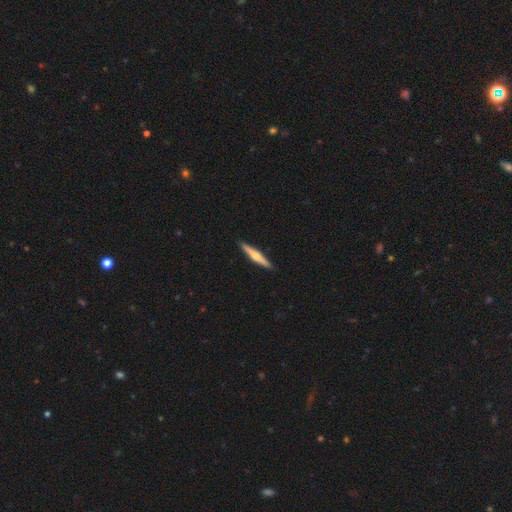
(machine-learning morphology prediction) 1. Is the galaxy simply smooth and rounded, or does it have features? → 55% featured or disk, 40% smooth, 5% star or artifact.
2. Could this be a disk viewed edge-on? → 97% yes, 3% no.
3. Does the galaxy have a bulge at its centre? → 83% rounded, 11% none, 7% boxy.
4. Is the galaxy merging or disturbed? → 91% none, 6% minor disturbance, 1% major disturbance, 1% merger.